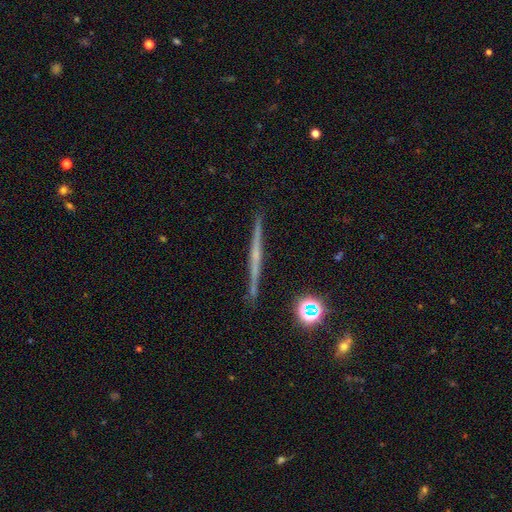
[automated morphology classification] This appears to be a featured or disk galaxy (71%) viewed edge-on (98%) with no central bulge (62%). Merging: none (91%).